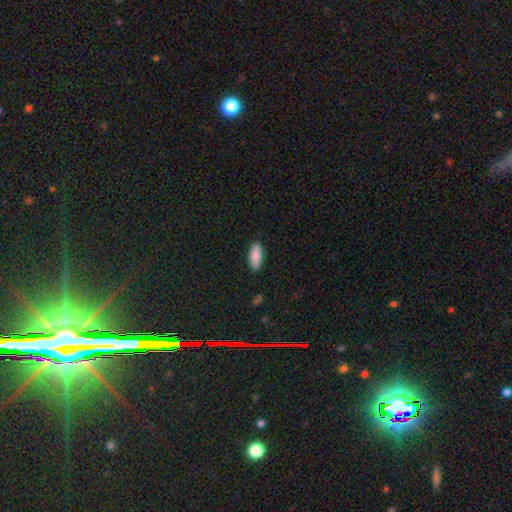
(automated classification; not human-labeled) The model was most divided on "how rounded": in between: 81%, cigar-shaped: 17%, round: 2%. More confident: smooth or featured — smooth (89%); merging — none (88%).